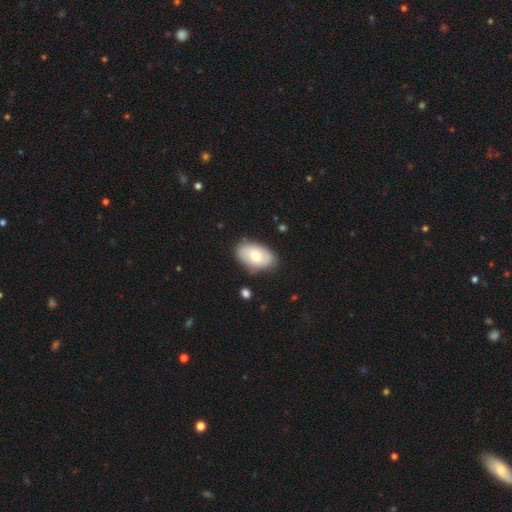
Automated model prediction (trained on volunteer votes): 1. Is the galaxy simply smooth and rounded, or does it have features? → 66% smooth, 28% featured or disk, 6% star or artifact.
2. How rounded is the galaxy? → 91% in between, 8% round, 1% cigar-shaped.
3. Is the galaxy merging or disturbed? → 79% none, 15% minor disturbance, 3% major disturbance, 2% merger.